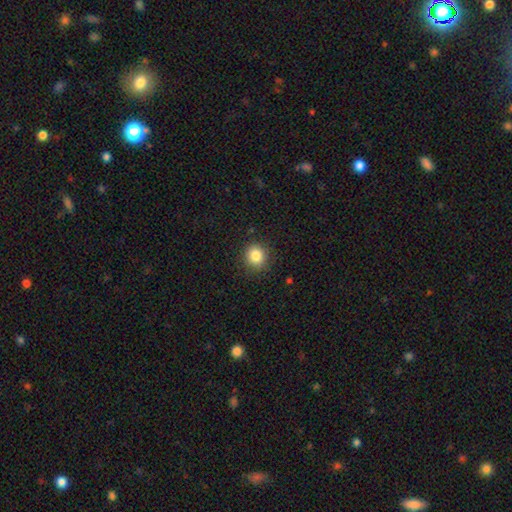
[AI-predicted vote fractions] The model was most divided on "how rounded": round: 85%, in between: 14%, cigar-shaped: 1%. More confident: merging — none (89%); smooth or featured — smooth (85%).